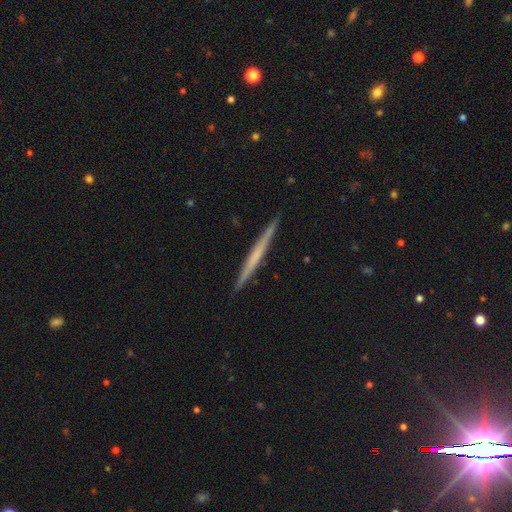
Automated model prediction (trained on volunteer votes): Q: Smooth or featured?
A: featured or disk (56%); runner-up: smooth (38%)
Q: Edge-on disk?
A: yes (98%); runner-up: no (2%)
Q: Edge-on bulge?
A: none (82%); runner-up: rounded (12%)
Q: Merging?
A: none (92%); runner-up: minor disturbance (6%)